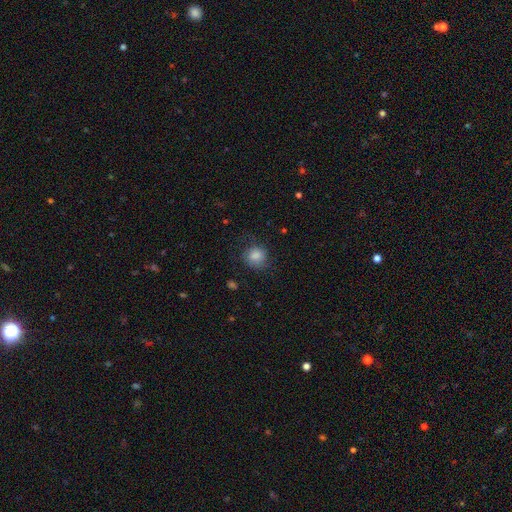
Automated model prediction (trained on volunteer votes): smooth 75%, featured or disk 16%, star or artifact 9%. Down the decision tree: how rounded — round (80%); merging — none (65%).